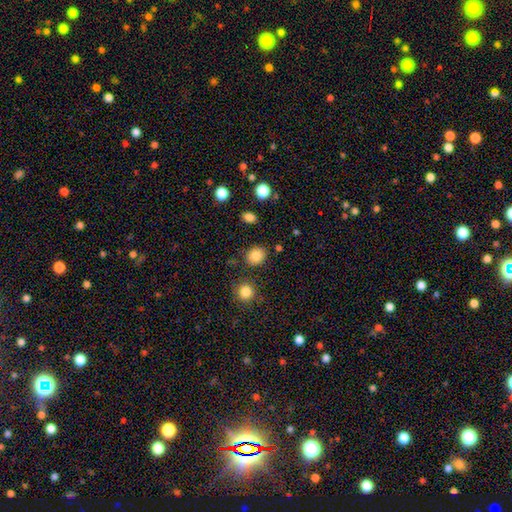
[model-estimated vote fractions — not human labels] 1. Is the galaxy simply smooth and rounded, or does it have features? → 85% smooth, 10% star or artifact, 5% featured or disk.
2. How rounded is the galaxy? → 67% round, 33% in between, 1% cigar-shaped.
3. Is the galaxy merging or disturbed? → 85% none, 9% minor disturbance, 3% merger, 3% major disturbance.